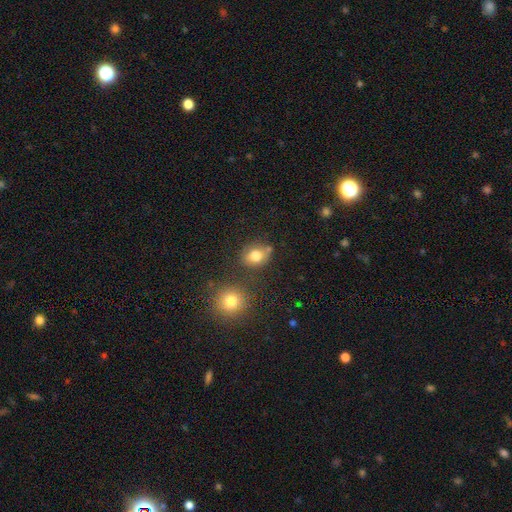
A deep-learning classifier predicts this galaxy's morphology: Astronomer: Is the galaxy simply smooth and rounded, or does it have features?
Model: smooth — 78%.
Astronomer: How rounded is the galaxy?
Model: round — 58% (runner-up: in between, 41%).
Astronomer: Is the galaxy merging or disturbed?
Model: none — 69%.